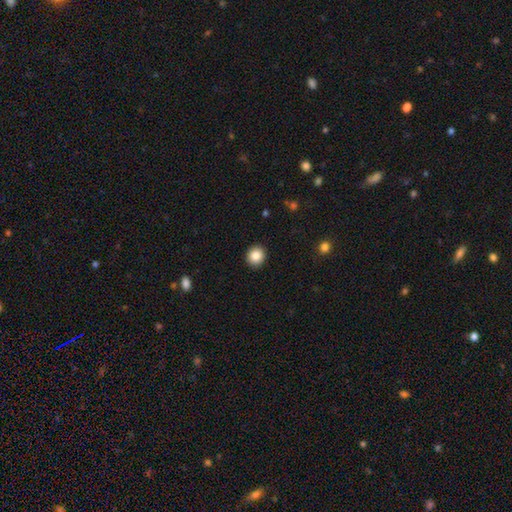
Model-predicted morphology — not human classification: smooth_or_featured: smooth (p=0.86) [alt: star or artifact p=0.09]
how_rounded: round (p=0.86) [alt: in between p=0.13]
merging: none (p=0.92) [alt: minor disturbance p=0.05]